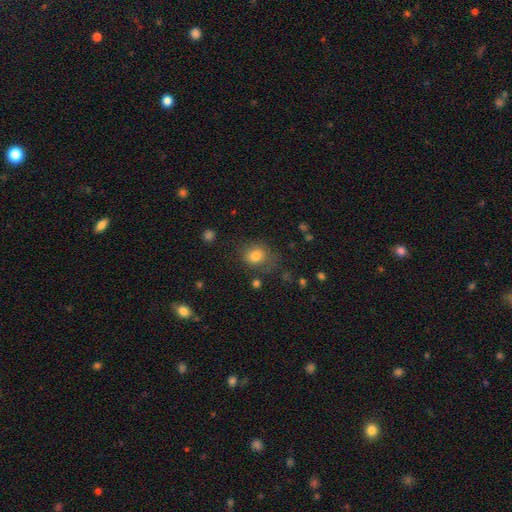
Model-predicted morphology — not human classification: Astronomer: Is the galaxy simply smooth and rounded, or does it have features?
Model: smooth — 80%.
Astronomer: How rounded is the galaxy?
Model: round — 66%.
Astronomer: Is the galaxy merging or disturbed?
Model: none — 68%.